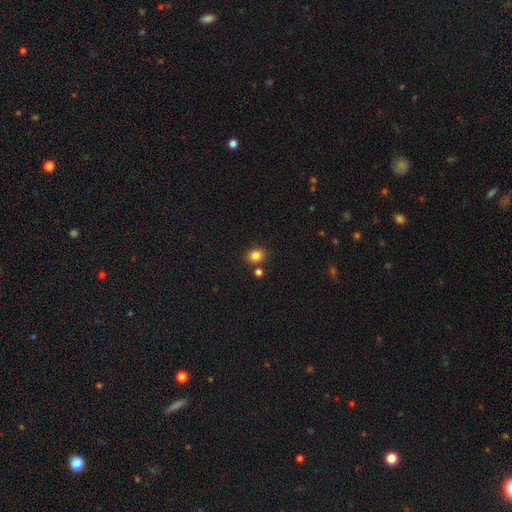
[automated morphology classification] This is clearly a smooth galaxy (84%). How rounded: likely round (63%). Merging: likely none (79%).